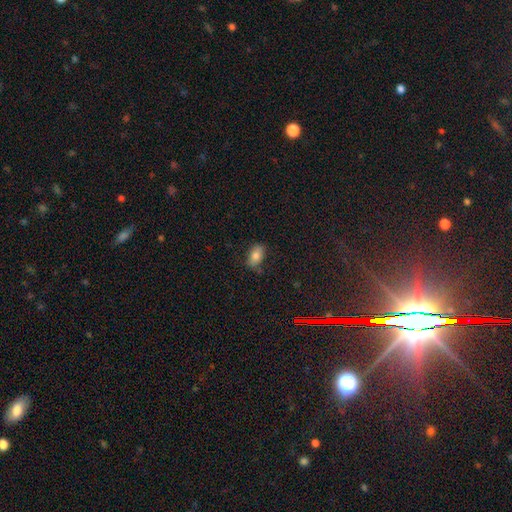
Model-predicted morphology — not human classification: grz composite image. It shows a smooth galaxy with no disk features (78%) that is in between round and cigar-shaped (90%). Merging: none (74%).